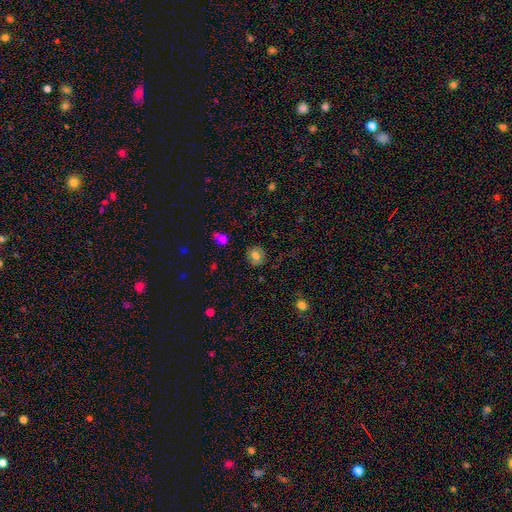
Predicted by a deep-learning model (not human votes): smooth-or-featured: smooth: 74% | featured or disk: 15% | star or artifact: 11%
  how-rounded: round: 80% | in between: 19% | cigar-shaped: 1%
  merging: none: 84% | minor disturbance: 11% | major disturbance: 3% | merger: 2%